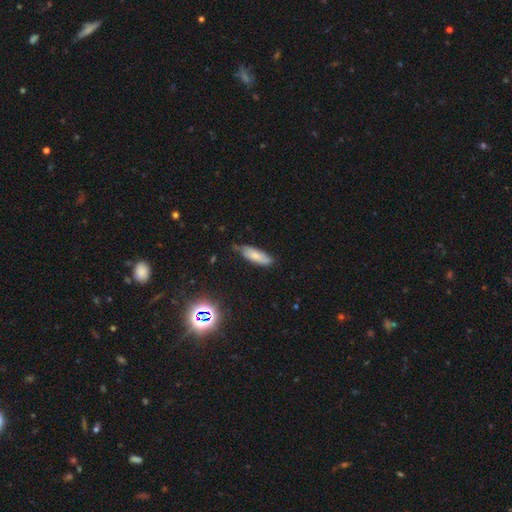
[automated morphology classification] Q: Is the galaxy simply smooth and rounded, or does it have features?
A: smooth — 67%.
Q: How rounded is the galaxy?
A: in between — 59%.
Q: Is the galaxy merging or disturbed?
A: none — 61%.